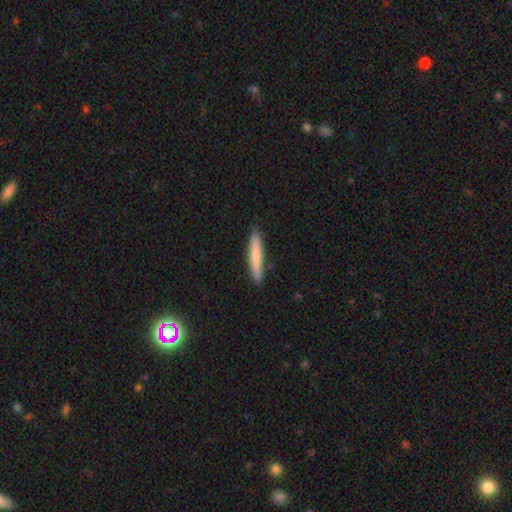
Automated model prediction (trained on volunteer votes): This appears to be a smooth galaxy with no disk features (76%) that is cigar-shaped (92%). Merging: none (88%).